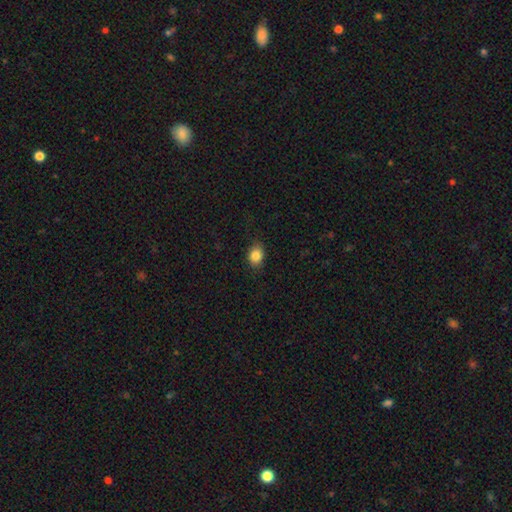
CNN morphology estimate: Smooth or featured? Predicted: smooth (p=0.84). How rounded? Predicted: in between (p=0.60). Merging? Predicted: none (p=0.81).